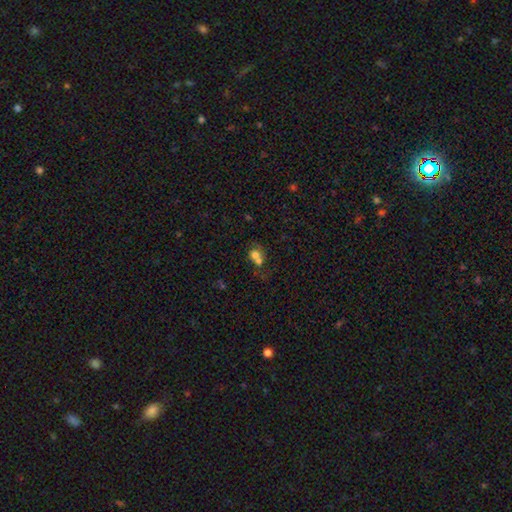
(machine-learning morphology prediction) smooth 67%, featured or disk 20%, star or artifact 13%. Down the decision tree: how rounded — round (68%); merging — merger (63%).